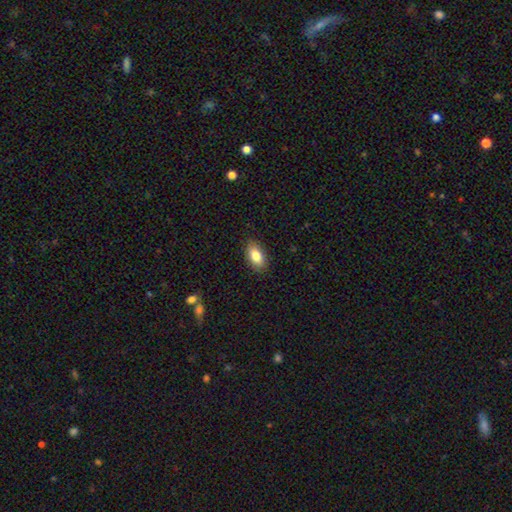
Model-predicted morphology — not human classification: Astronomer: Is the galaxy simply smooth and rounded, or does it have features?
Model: smooth — 82%.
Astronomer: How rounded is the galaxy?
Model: in between — 92%.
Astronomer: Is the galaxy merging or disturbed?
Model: none — 87%.